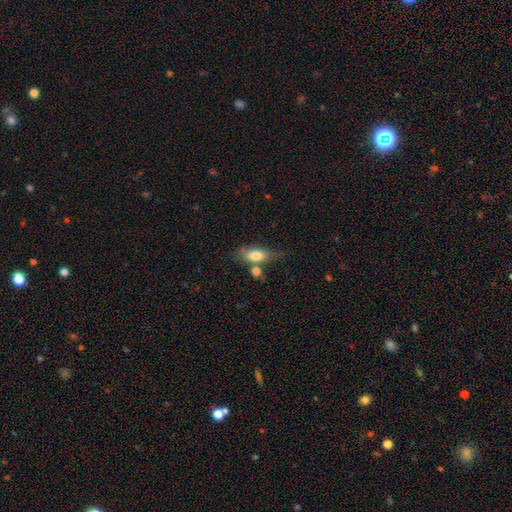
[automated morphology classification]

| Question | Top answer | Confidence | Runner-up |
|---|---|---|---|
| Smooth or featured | smooth | 74% | featured or disk (18%) |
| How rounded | in between | 77% | cigar-shaped (17%) |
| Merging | none | 46% | merger (26%) |